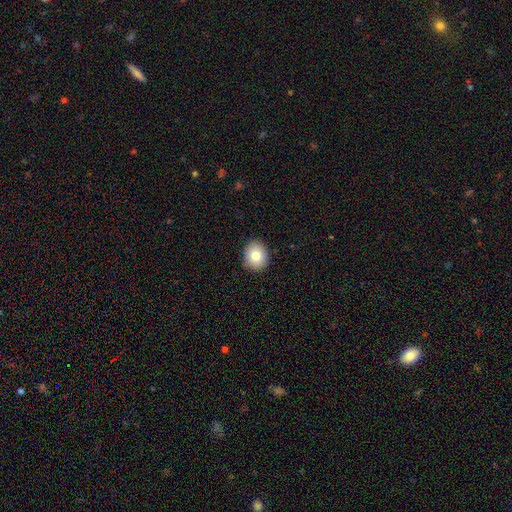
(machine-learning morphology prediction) Smooth or featured: smooth — 80% (featured or disk — 11%)
How rounded: round — 68% (in between — 31%)
Merging: none — 89% (minor disturbance — 8%)